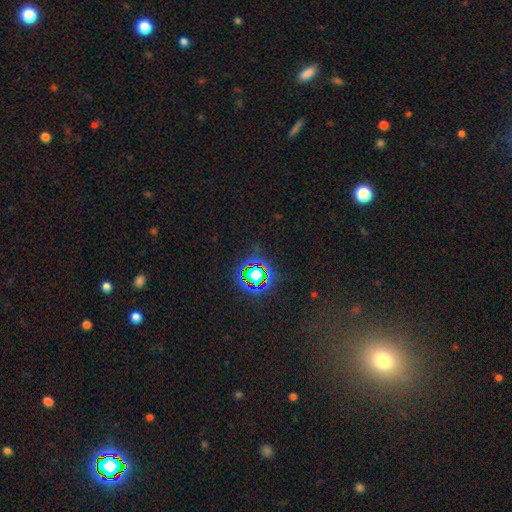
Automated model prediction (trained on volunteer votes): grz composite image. It shows a star or artifact, not a galaxy (71%).